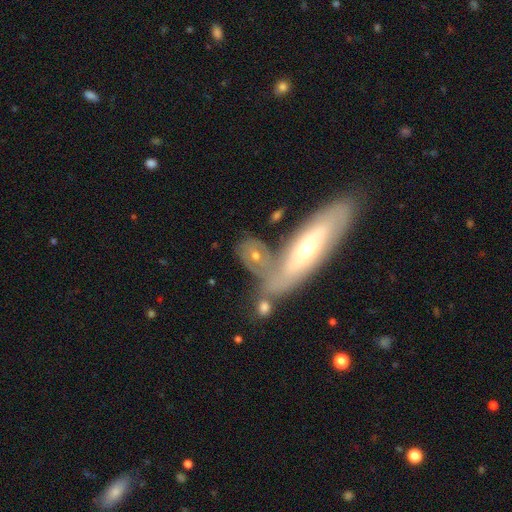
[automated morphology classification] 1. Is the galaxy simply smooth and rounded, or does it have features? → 52% featured or disk, 40% smooth, 8% star or artifact.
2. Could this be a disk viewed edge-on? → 66% no, 34% yes.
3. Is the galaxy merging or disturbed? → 39% none, 38% merger, 14% minor disturbance, 9% major disturbance.